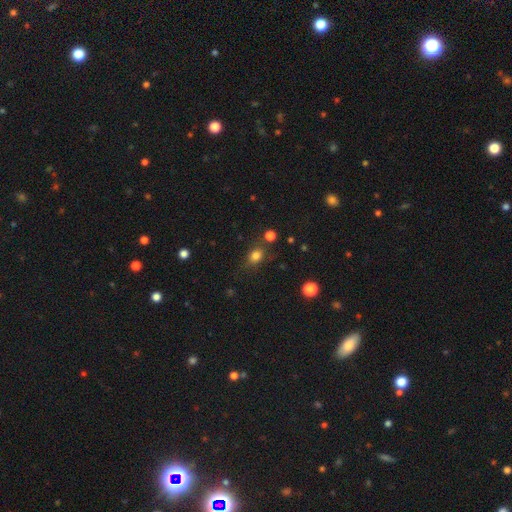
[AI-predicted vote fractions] Morphology: type=smooth (79%); roundness=round (57%); merging=none (74%).